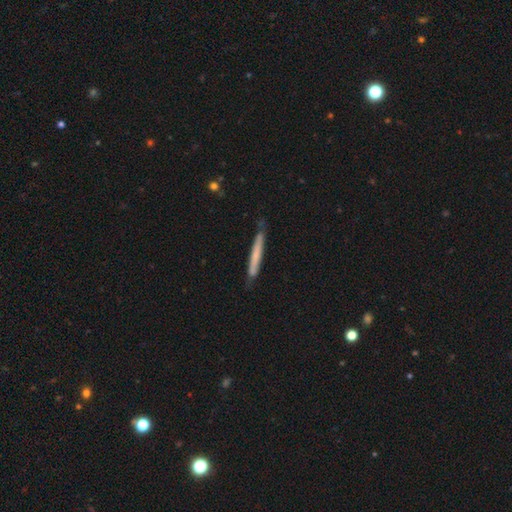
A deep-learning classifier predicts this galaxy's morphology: Overall: smooth (60%; featured or disk 34%). How rounded: cigar-shaped (96%). Merging: none (78%).